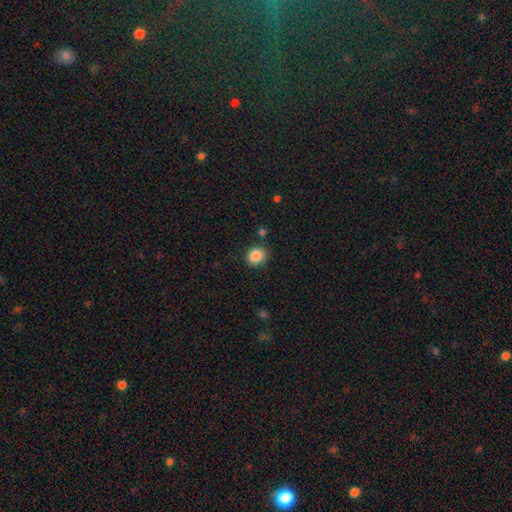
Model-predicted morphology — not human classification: Overall: smooth (87%). How rounded: round (73%). Merging: none (82%).